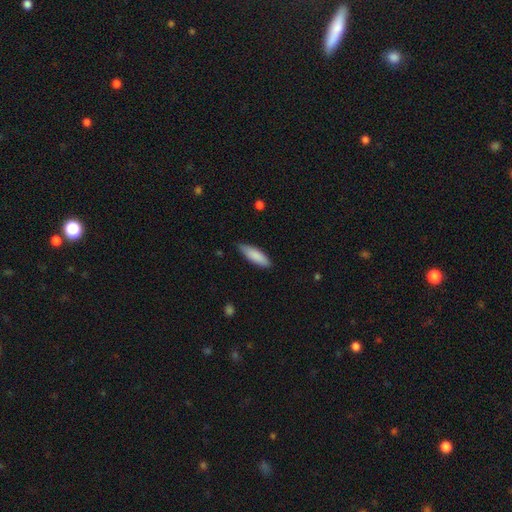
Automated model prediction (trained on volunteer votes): Q: Smooth or featured?
A: smooth (86%); runner-up: featured or disk (8%)
Q: How rounded?
A: in between (53%); runner-up: cigar-shaped (46%)
Q: Merging?
A: none (79%); runner-up: minor disturbance (17%)